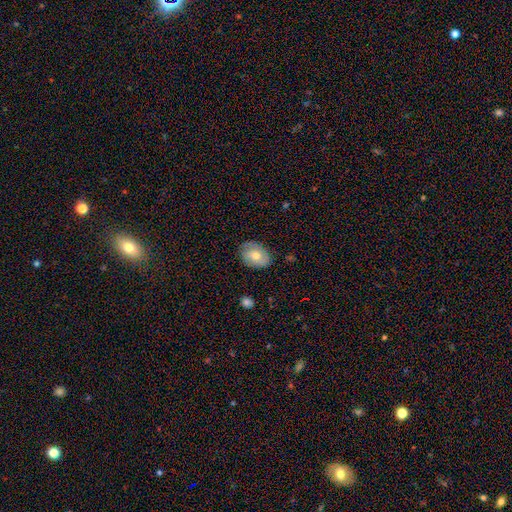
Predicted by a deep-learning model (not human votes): smooth_or_featured: smooth (p=0.48) [alt: featured or disk p=0.44]
merging: none (p=0.76) [alt: minor disturbance p=0.19]